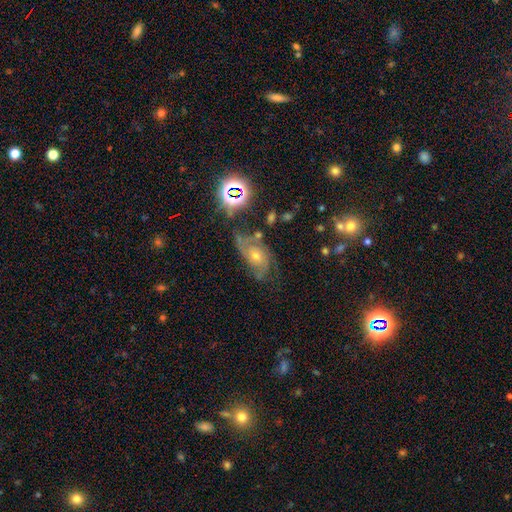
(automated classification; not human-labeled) Smooth or featured?
  - featured or disk: 64% *
  - star or artifact: 19%
  - smooth: 17%
Edge-on disk?
  - no: 95% *
  - yes: 5%
Bar?
  - no: 76% *
  - weak: 20%
  - strong: 4%
Spiral arms?
  - yes: 88% *
  - no: 12%
Spiral winding?
  - medium: 43% *
  - tight: 33%
  - loose: 24%
Spiral arm count?
  - 2: 39% *
  - can't tell: 28%
  - 3: 17%
  - 1: 7%
  - 4: 5%
  - more than 4: 4%
Bulge size?
  - moderate: 53% *
  - small: 41%
  - large: 3%
  - none: 2%
  - dominant: 1%
Merging?
  - none: 47% *
  - minor disturbance: 27%
  - major disturbance: 20%
  - merger: 6%